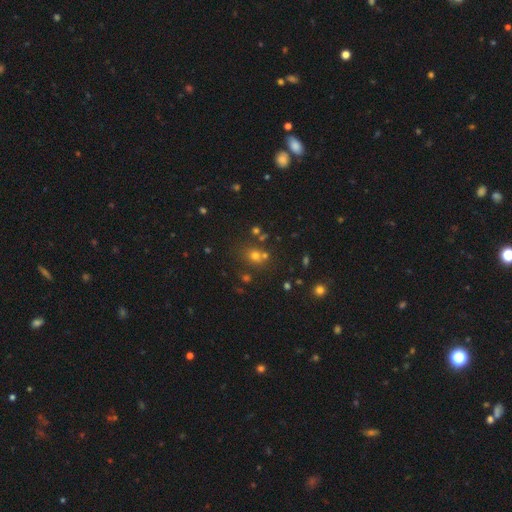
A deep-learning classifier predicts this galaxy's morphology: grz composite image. It shows a smooth galaxy with no disk features (59%) that is round (77%). Merging: none (63%).